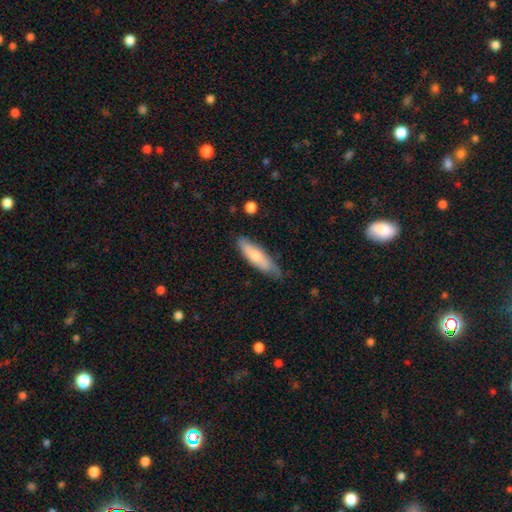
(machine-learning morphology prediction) Smooth or featured? smooth (67%)
How rounded? cigar-shaped (61%)
Merging? none (70%)